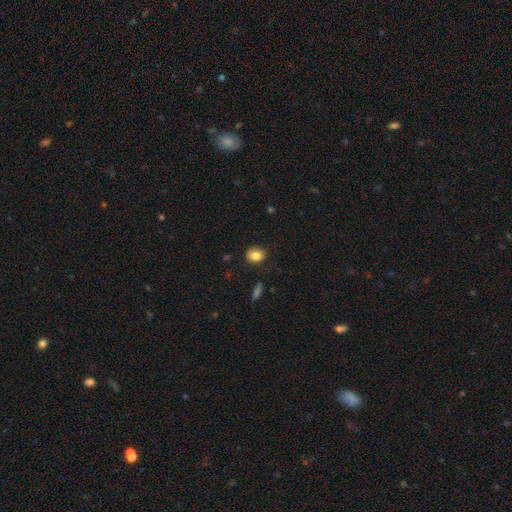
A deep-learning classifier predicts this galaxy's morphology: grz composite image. It shows a smooth galaxy with no disk features (83%) that is in between round and cigar-shaped (50%). Merging: none (80%).